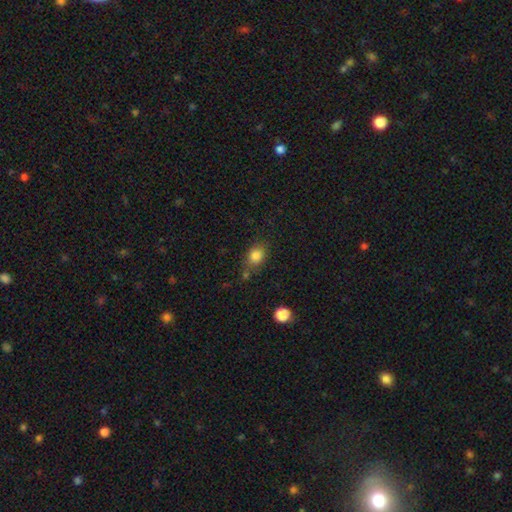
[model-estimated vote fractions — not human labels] This is clearly a smooth galaxy (83%). How rounded: possibly in between (59%). Merging: likely none (65%).